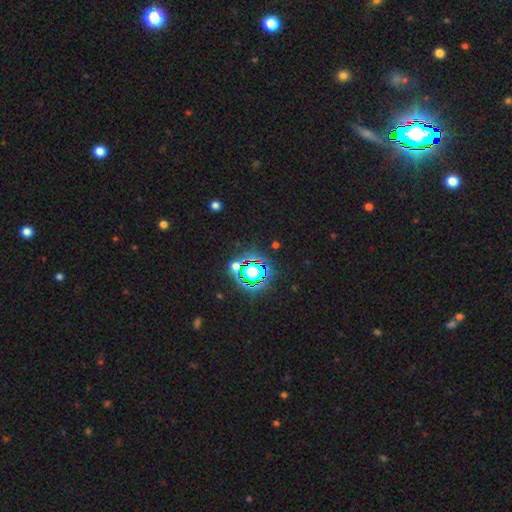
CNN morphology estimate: The model was most divided on "smooth or featured": star or artifact: 83%, smooth: 10%, featured or disk: 7%.